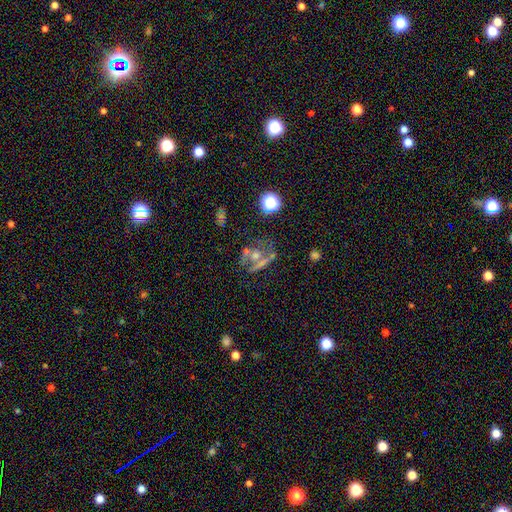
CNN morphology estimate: A featured or disk galaxy (44%). Merging: none (39%).